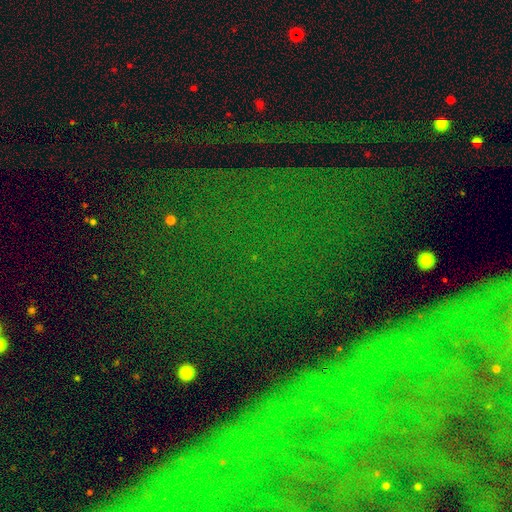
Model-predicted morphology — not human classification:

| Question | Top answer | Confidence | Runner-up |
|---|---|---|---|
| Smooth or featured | star or artifact | 71% | featured or disk (16%) |